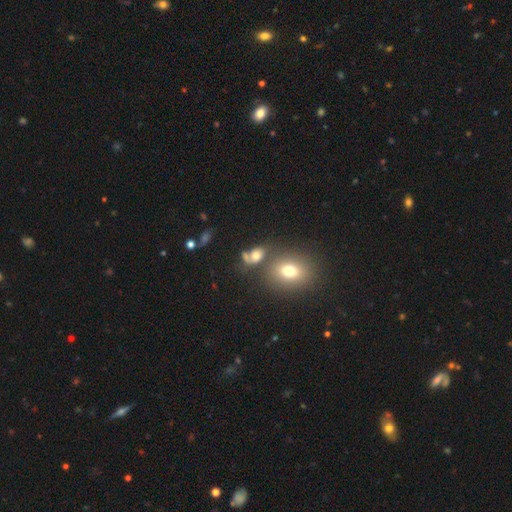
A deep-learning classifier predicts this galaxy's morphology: Smooth or featured? smooth (59%)
How rounded? in between (67%)
Merging? none (40%)